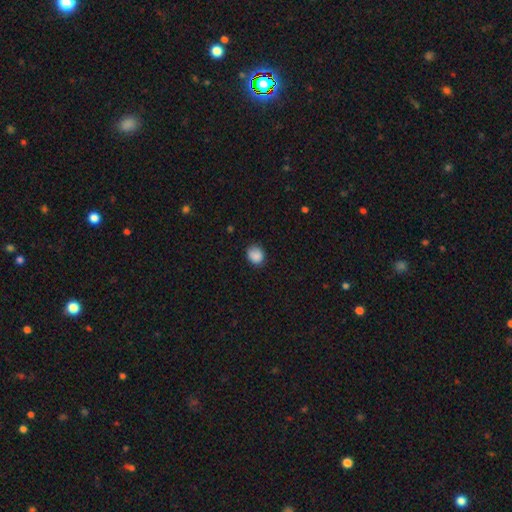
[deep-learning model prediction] A smooth galaxy with no disk features (88%) that is round (68%).

Vote fractions:
- Smooth or featured? smooth: 88% / star or artifact: 9% / featured or disk: 4%
- How rounded? round: 68% / in between: 31% / cigar-shaped: 1%
- Merging? none: 79% / minor disturbance: 17% / major disturbance: 3% / merger: 1%